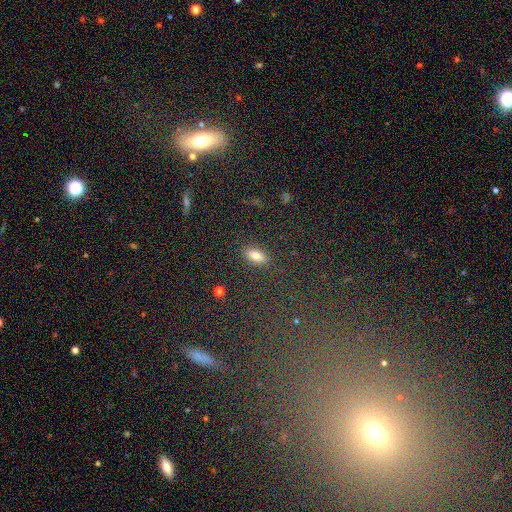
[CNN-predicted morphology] The model was most divided on "smooth or featured": smooth: 79%, star or artifact: 12%, featured or disk: 9%. More confident: merging — none (87%); how rounded — in between (85%).